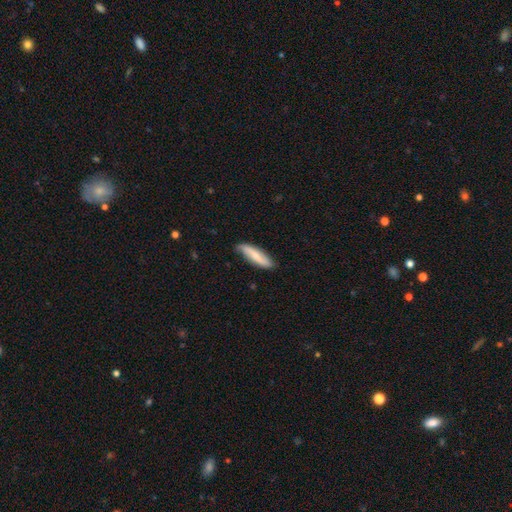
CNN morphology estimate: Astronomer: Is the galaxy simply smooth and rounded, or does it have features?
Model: smooth — 51% (runner-up: featured or disk, 43%).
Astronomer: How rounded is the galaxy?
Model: cigar-shaped — 62%.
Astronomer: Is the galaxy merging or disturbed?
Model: none — 77%.